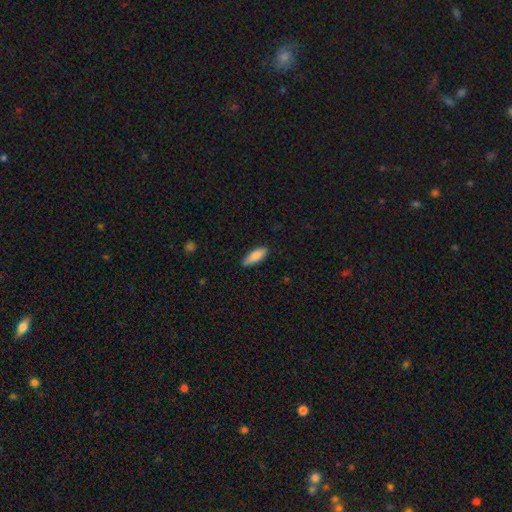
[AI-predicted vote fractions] The model was most divided on "how rounded": in between: 63%, cigar-shaped: 35%, round: 2%. More confident: smooth or featured — smooth (86%); merging — none (85%).